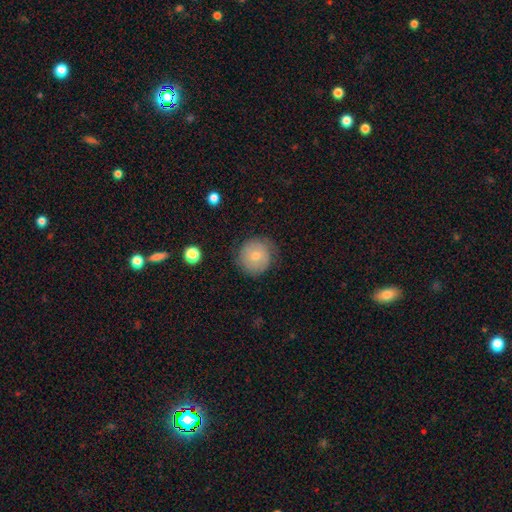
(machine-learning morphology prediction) This is likely a smooth galaxy (63%). How rounded: clearly round (92%). Merging: likely none (73%).